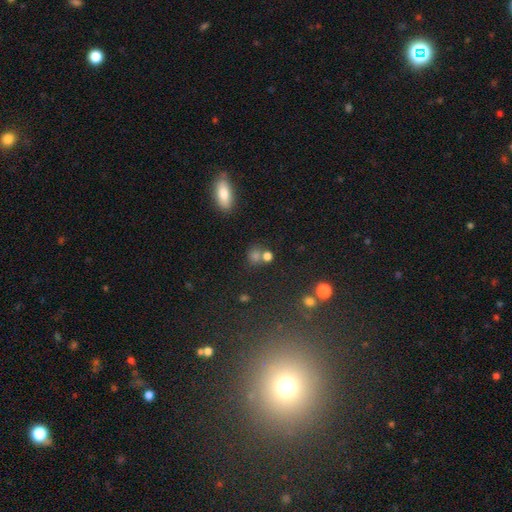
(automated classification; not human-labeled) Smooth or featured: smooth — 68% (star or artifact — 21%)
How rounded: round — 74% (in between — 24%)
Merging: none — 54% (merger — 30%)